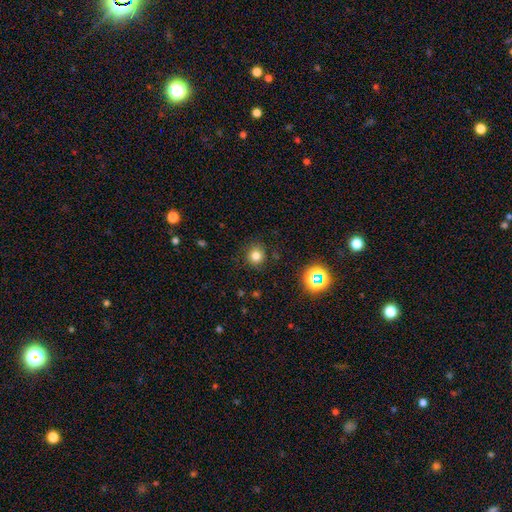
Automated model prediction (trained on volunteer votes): This appears to be a smooth galaxy with no disk features (78%) that is round (90%). Merging: none (87%).